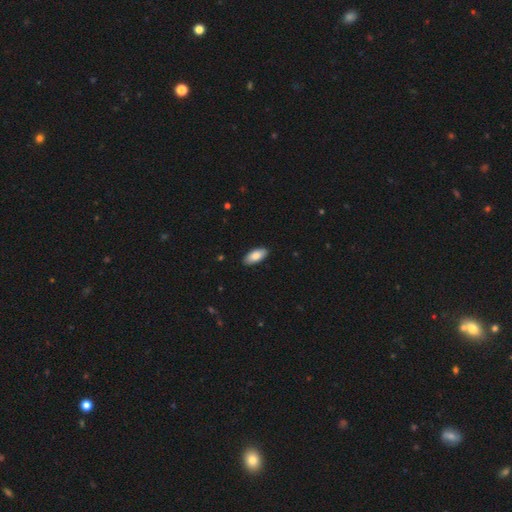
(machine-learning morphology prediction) type=smooth (84%); roundness=in between (89%); merging=none (89%).